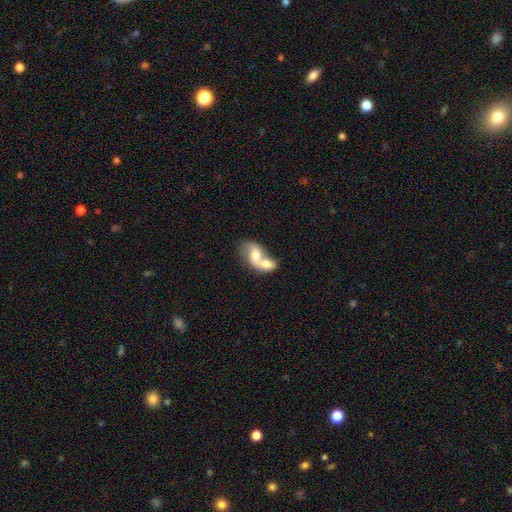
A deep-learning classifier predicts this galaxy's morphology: smooth_or_featured: smooth (p=0.58) [alt: featured or disk p=0.36]
how_rounded: in between (p=0.79) [alt: round p=0.19]
merging: merger (p=0.80) [alt: none p=0.11]